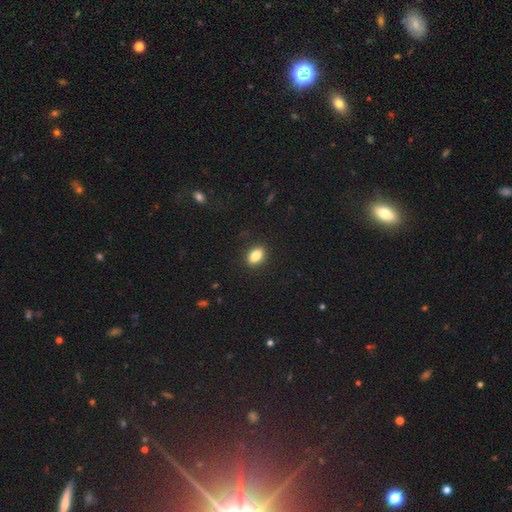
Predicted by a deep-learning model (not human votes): Morphology: type=smooth (83%); roundness=in between (85%); merging=none (89%).